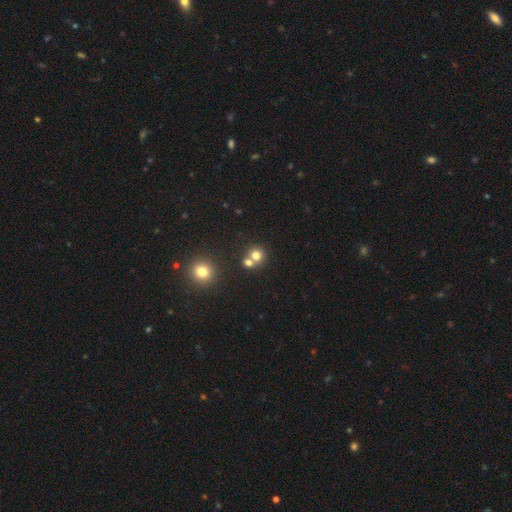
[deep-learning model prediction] Smooth or featured? smooth (76%)
How rounded? round (87%)
Merging? none (52%)